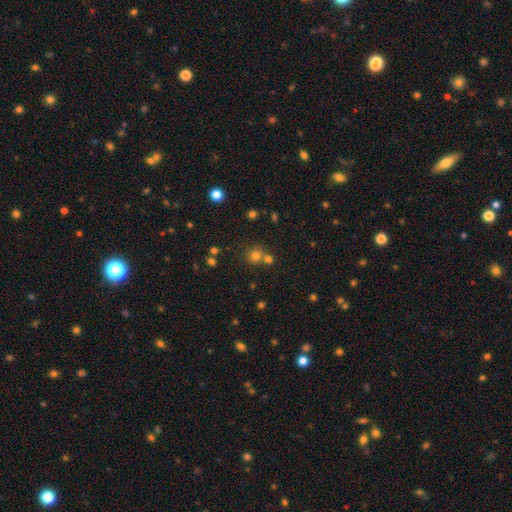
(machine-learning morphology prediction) smooth_or_featured: smooth (p=0.73) [alt: star or artifact p=0.19]
how_rounded: round (p=0.90) [alt: in between p=0.09]
merging: none (p=0.63) [alt: merger p=0.27]